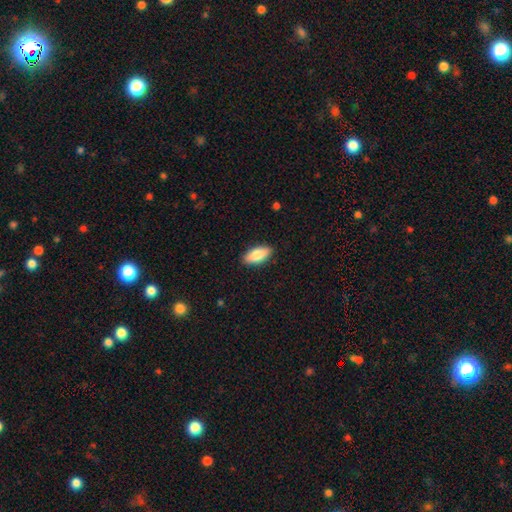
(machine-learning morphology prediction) This appears to be a smooth galaxy with no disk features (82%) that is in between round and cigar-shaped (87%). Merging: none (88%).